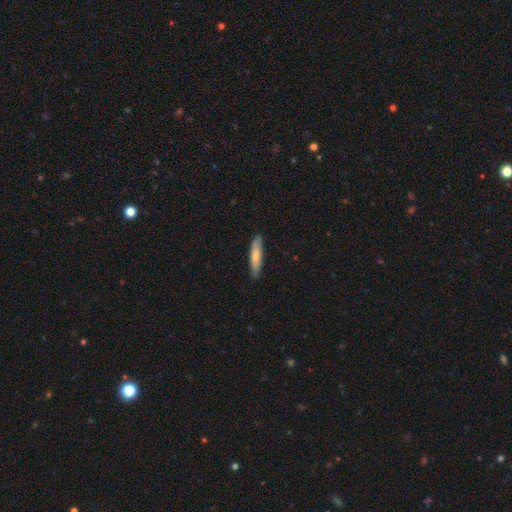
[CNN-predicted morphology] Smooth or featured? Predicted: smooth (p=0.71). How rounded? Predicted: cigar-shaped (p=0.84). Merging? Predicted: none (p=0.87).